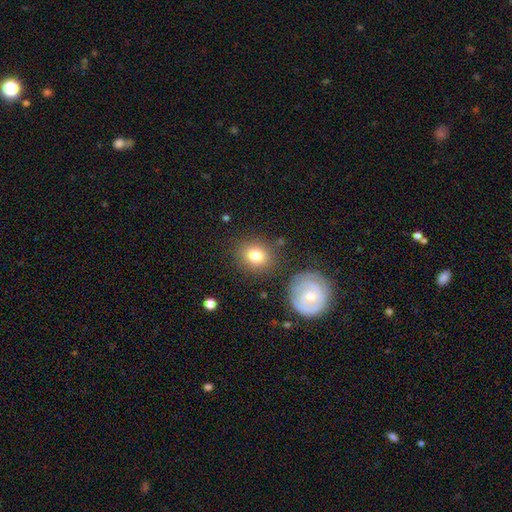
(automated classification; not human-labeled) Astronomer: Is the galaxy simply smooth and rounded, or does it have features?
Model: smooth — 77%.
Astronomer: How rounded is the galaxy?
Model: round — 74%.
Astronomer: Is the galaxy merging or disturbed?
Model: none — 81%.